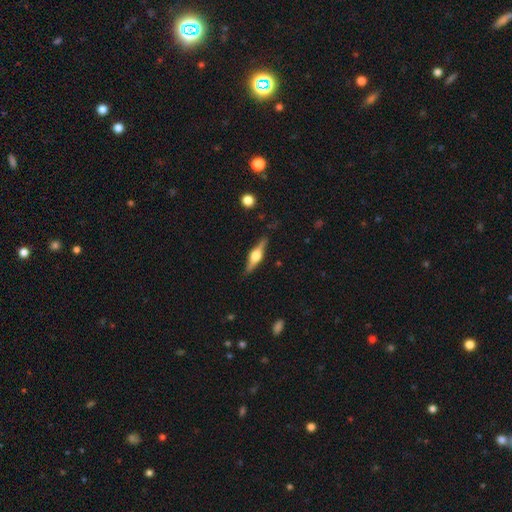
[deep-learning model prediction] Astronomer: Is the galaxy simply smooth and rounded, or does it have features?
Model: featured or disk — 77%.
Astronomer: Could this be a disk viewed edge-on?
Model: yes — 98%.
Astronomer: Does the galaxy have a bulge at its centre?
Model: rounded — 93%.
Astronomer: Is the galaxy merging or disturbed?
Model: none — 88%.